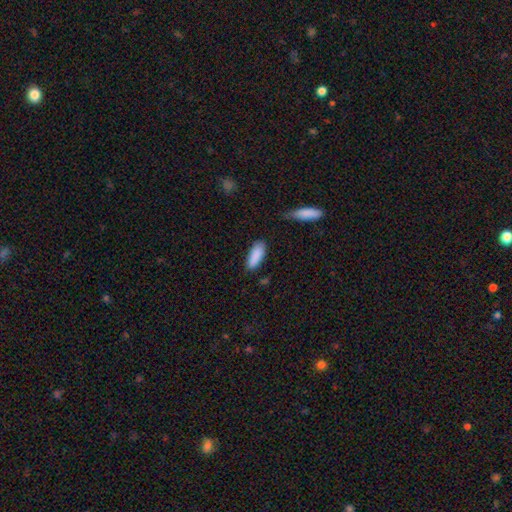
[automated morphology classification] A smooth galaxy with no disk features (89%) that is in between round and cigar-shaped (71%).

Vote fractions:
- Smooth or featured? smooth: 89% / star or artifact: 6% / featured or disk: 5%
- How rounded? in between: 71% / cigar-shaped: 27% / round: 2%
- Merging? none: 75% / minor disturbance: 19% / major disturbance: 3% / merger: 2%